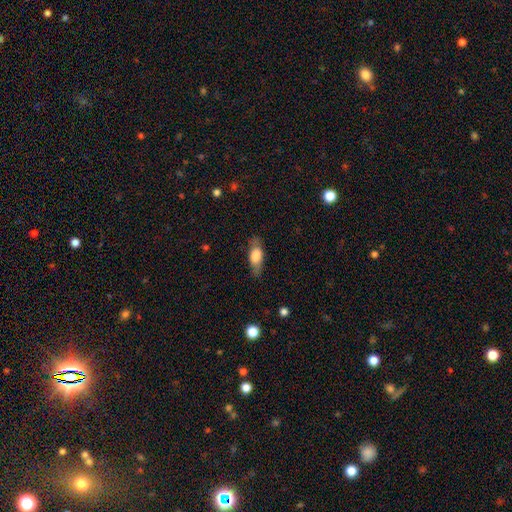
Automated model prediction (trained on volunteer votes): Morphology: type=smooth (66%); roundness=in between (71%); merging=none (75%).